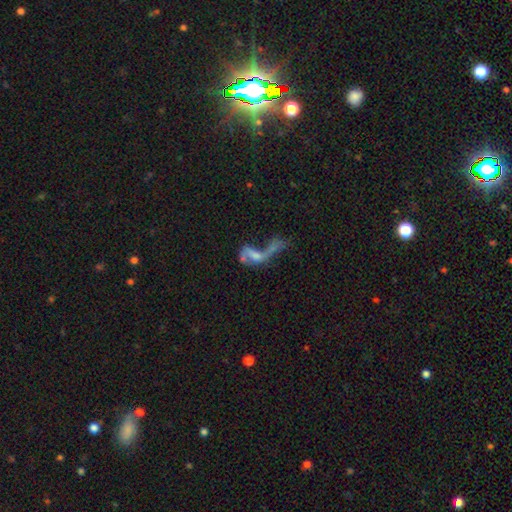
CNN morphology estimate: This is possibly a featured or disk galaxy (55%). It is clearly not viewed edge-on (92%). Bar: likely no (71%). Spiral arm pattern: likely no (63%). Central bulge: possibly none (46%). Merging: marginally merger (42%).